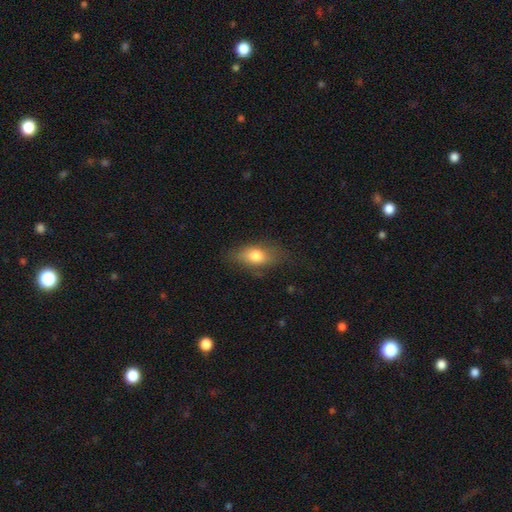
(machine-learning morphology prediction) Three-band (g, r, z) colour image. It shows a smooth galaxy with no disk features (76%) that is in between round and cigar-shaped (82%). Merging: none (66%).